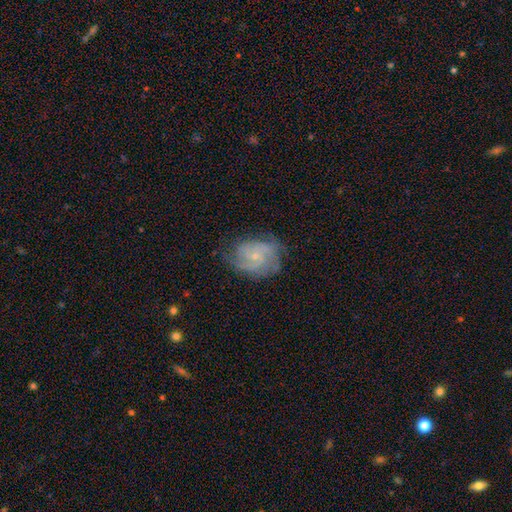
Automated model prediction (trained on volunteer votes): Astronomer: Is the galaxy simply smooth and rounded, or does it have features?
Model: featured or disk — 76%.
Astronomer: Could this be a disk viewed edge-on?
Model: no — 97%.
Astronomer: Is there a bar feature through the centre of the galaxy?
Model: no — 69%.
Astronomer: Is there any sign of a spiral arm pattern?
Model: yes — 92%.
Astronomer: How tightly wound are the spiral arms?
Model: tight — 52% (runner-up: medium, 37%).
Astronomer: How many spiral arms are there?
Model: can't tell — 32% (runner-up: 2, 31%).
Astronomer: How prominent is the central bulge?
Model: small — 76%.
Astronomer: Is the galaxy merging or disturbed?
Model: none — 65%.